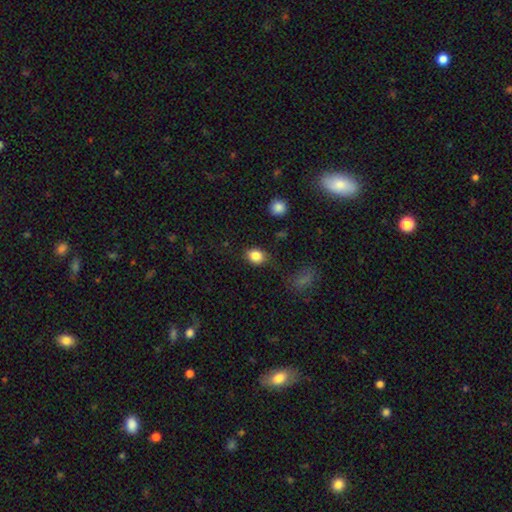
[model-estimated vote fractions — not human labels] A smooth galaxy with no disk features (84%) that is in between round and cigar-shaped (55%). Merging: none (79%).